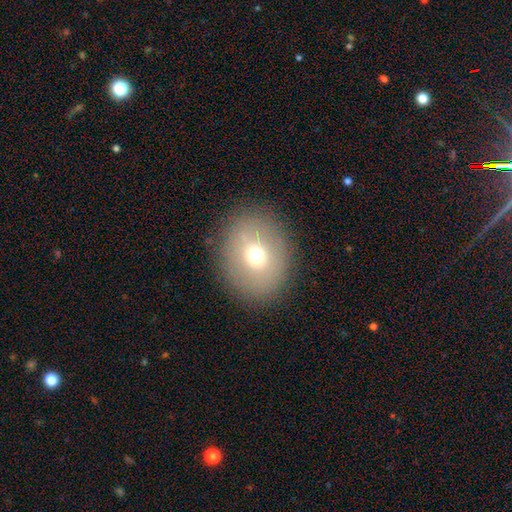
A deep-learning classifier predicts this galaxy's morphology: smooth 65%, featured or disk 22%, star or artifact 13%. Down the decision tree: how rounded — round (54%); merging — none (86%).